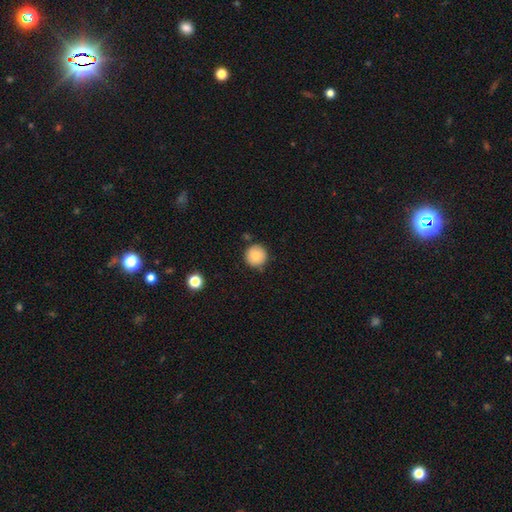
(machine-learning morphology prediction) Overall: smooth (85%). How rounded: round (95%). Merging: none (85%).